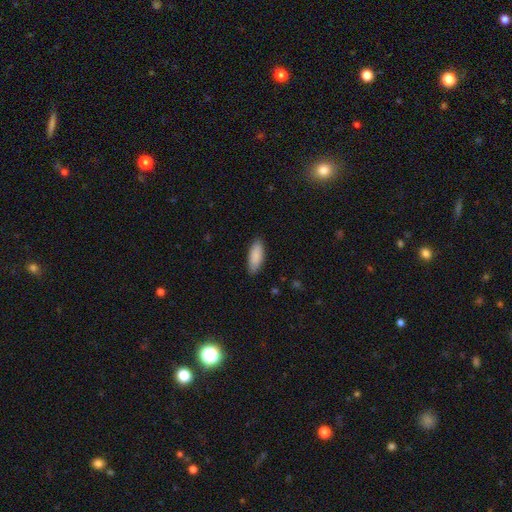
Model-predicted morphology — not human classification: A smooth galaxy with no disk features (89%) that is in between round and cigar-shaped (73%).

Vote fractions:
- Smooth or featured? smooth: 89% / star or artifact: 6% / featured or disk: 5%
- How rounded? in between: 73% / cigar-shaped: 25% / round: 2%
- Merging? none: 87% / minor disturbance: 10% / major disturbance: 2% / merger: 1%